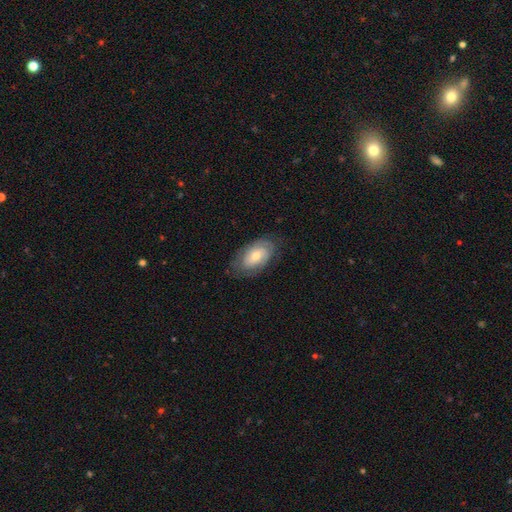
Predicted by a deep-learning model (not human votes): Smooth or featured? Predicted: featured or disk (p=0.54). Edge-on disk? Predicted: no (p=0.93). Bar? Predicted: no (p=0.64). Spiral arms? Predicted: yes (p=0.76). Bulge size? Predicted: moderate (p=0.47, tied with small). Merging? Predicted: none (p=0.73).